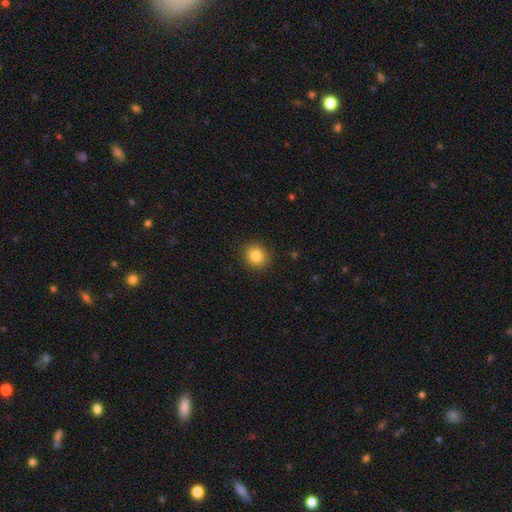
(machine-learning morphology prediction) smooth-or-featured: smooth: 84% | star or artifact: 10% | featured or disk: 6%
  how-rounded: round: 82% | in between: 17% | cigar-shaped: 1%
  merging: none: 90% | minor disturbance: 7% | major disturbance: 2% | merger: 1%